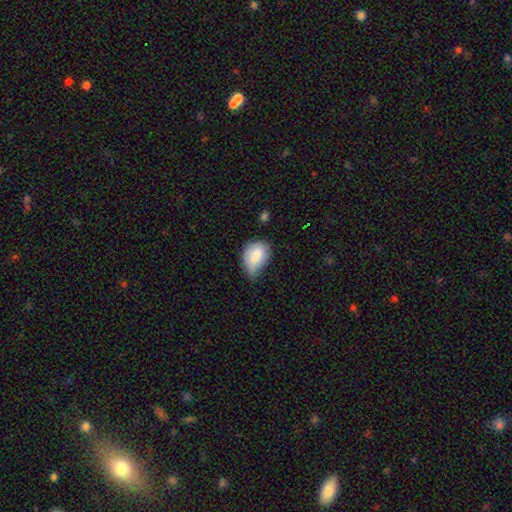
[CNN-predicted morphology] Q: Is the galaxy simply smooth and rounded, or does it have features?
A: smooth — 83%.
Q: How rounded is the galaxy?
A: in between — 82%.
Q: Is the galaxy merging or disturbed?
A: minor disturbance — 52%.